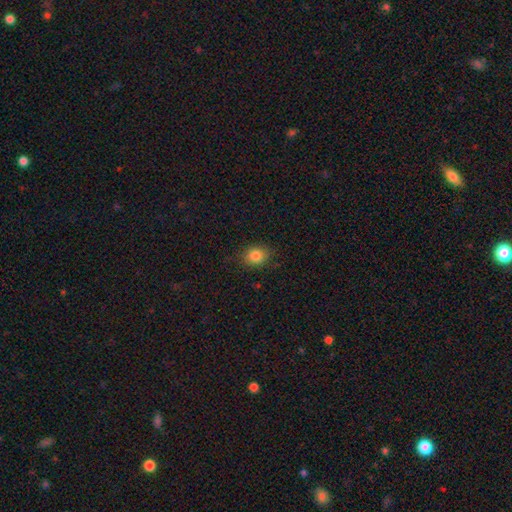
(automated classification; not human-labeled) Morphology: type=smooth (83%); roundness=round (59%); merging=none (86%).